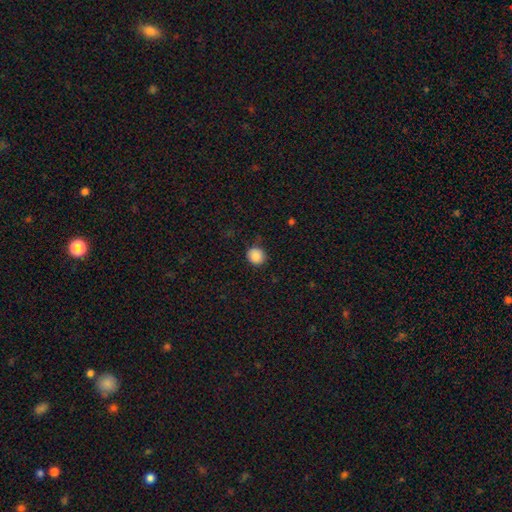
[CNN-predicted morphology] A smooth galaxy with no disk features (88%) that is round (84%).

Vote fractions:
- Smooth or featured? smooth: 88% / star or artifact: 9% / featured or disk: 3%
- How rounded? round: 84% / in between: 15% / cigar-shaped: 1%
- Merging? none: 84% / minor disturbance: 12% / major disturbance: 3% / merger: 1%